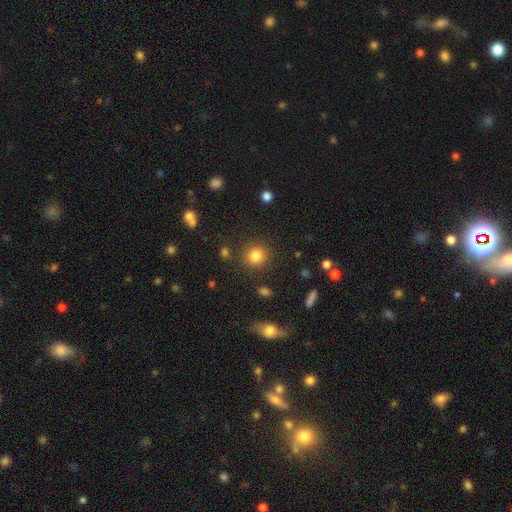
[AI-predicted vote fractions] Overall: smooth (82%). How rounded: round (90%). Merging: none (87%).